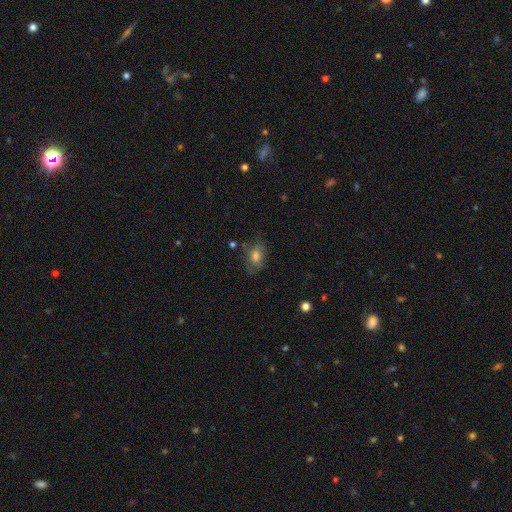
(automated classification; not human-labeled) A smooth galaxy with no disk features (62%) that is in between round and cigar-shaped (78%).

Vote fractions:
- Smooth or featured? smooth: 62% / featured or disk: 24% / star or artifact: 14%
- How rounded? in between: 78% / round: 19% / cigar-shaped: 3%
- Merging? none: 63% / minor disturbance: 23% / major disturbance: 11% / merger: 3%